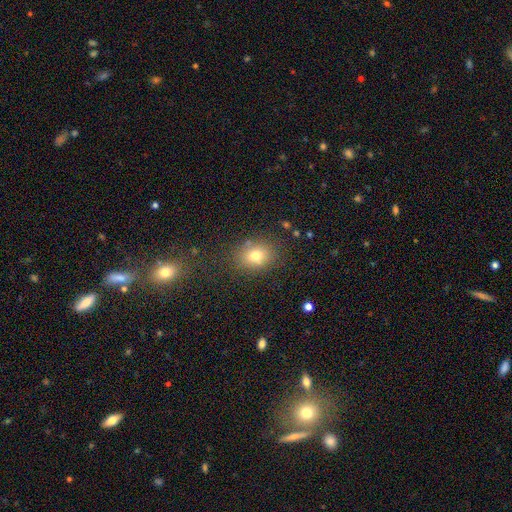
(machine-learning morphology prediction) Smooth or featured? smooth (75%)
How rounded? round (51%)
Merging? none (79%)